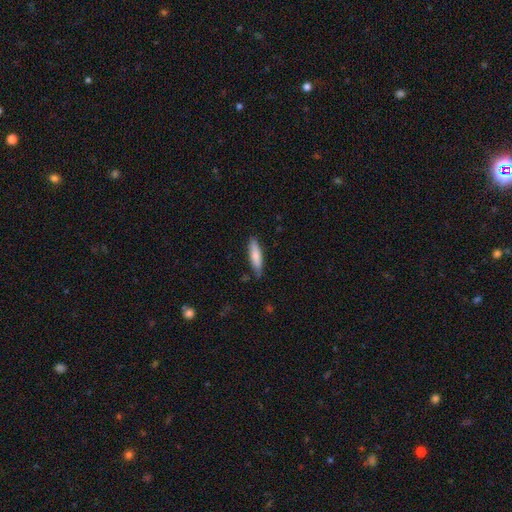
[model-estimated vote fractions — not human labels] Q: Smooth or featured?
A: smooth (80%); runner-up: featured or disk (15%)
Q: How rounded?
A: cigar-shaped (69%); runner-up: in between (30%)
Q: Merging?
A: none (81%); runner-up: minor disturbance (15%)